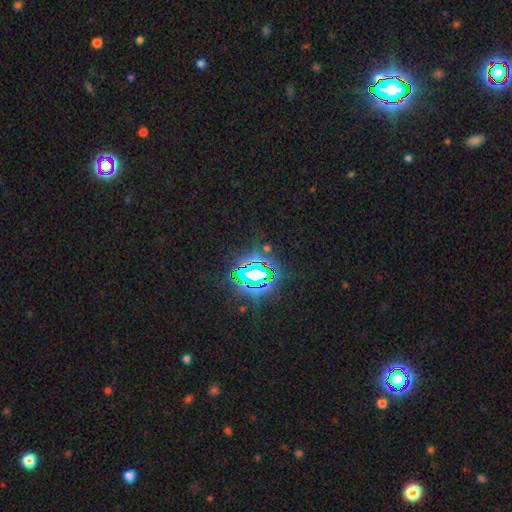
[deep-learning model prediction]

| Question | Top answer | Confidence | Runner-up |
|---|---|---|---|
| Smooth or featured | star or artifact | 83% | smooth (9%) |